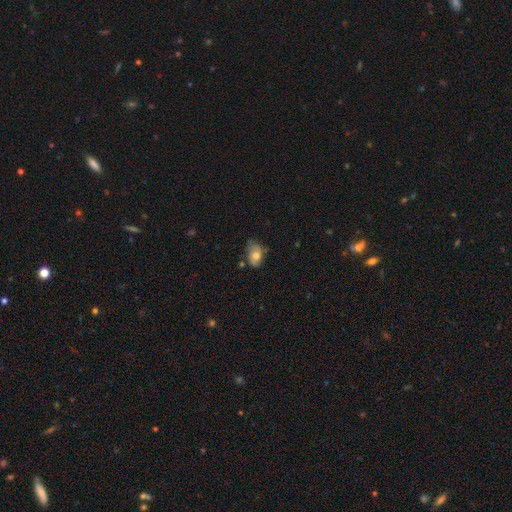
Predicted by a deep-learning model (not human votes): Smooth or featured? smooth (67%)
How rounded? in between (85%)
Merging? none (47%)